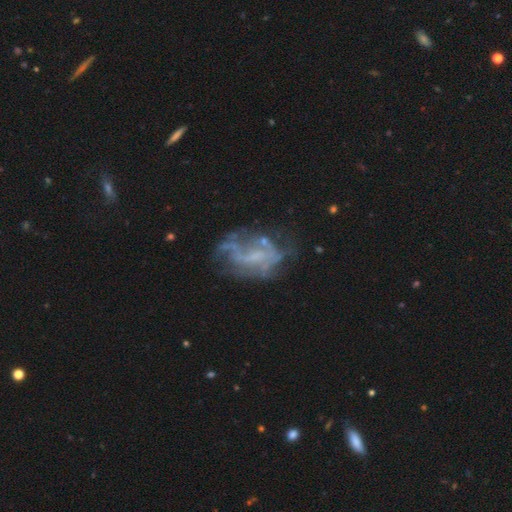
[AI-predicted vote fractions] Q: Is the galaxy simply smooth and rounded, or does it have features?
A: featured or disk — 69%.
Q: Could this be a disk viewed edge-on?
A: no — 97%.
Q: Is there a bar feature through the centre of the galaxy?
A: no — 56%.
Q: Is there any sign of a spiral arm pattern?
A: no — 54%.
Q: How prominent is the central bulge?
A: none — 53%.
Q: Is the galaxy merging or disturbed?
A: none — 42%.